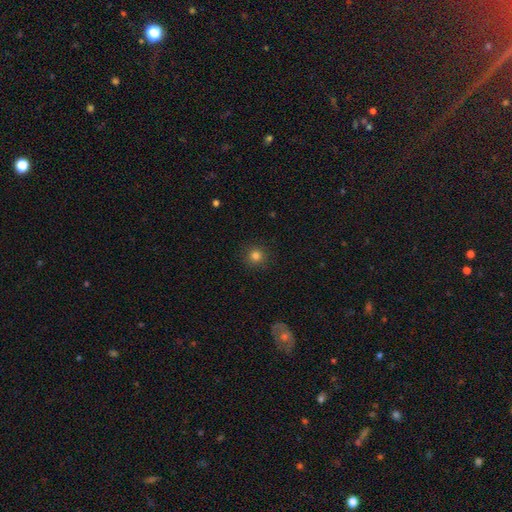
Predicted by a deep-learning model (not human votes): Overall: smooth (81%). How rounded: round (94%). Merging: none (91%).